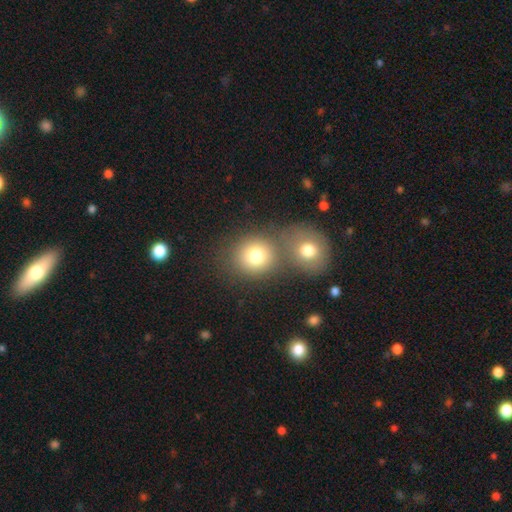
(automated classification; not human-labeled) A smooth galaxy with no disk features (78%) that is round (79%). Merging: none (52%).